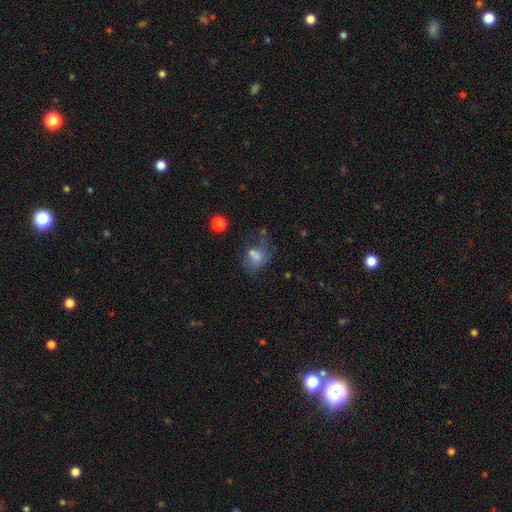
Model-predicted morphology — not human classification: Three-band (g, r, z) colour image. It shows a smooth galaxy with no disk features (64%) that is in between round and cigar-shaped (62%). Merging: none (37%).